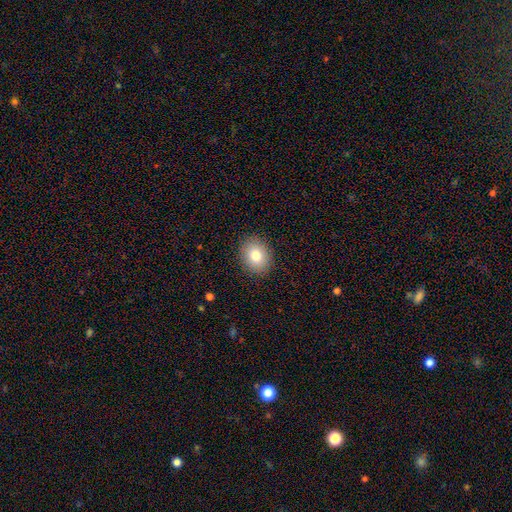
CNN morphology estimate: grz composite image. It shows a smooth galaxy with no disk features (82%) that is in between round and cigar-shaped (52%). Merging: none (89%).